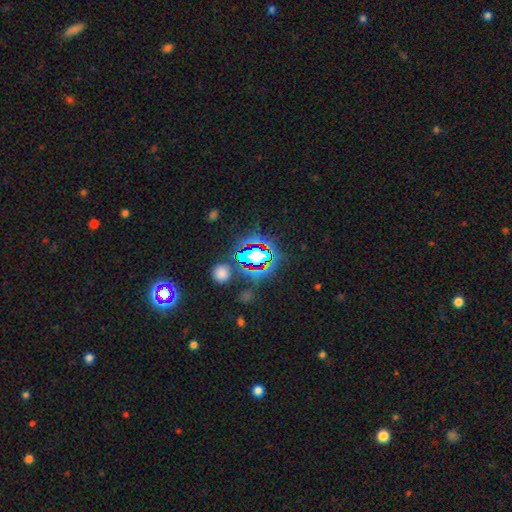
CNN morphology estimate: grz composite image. It shows a star or artifact, not a galaxy (67%).